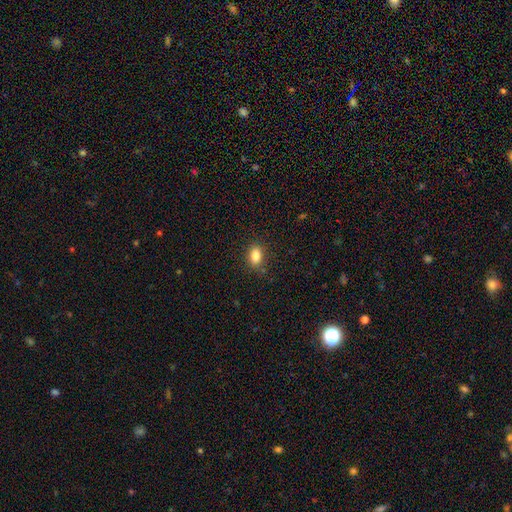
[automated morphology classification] A smooth galaxy with no disk features (85%) that is in between round and cigar-shaped (81%). Merging: none (86%).